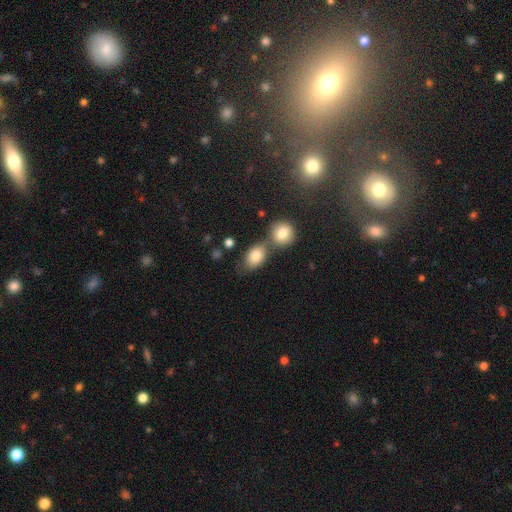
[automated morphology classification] type=smooth (82%); roundness=in between (77%); merging=none (47%).